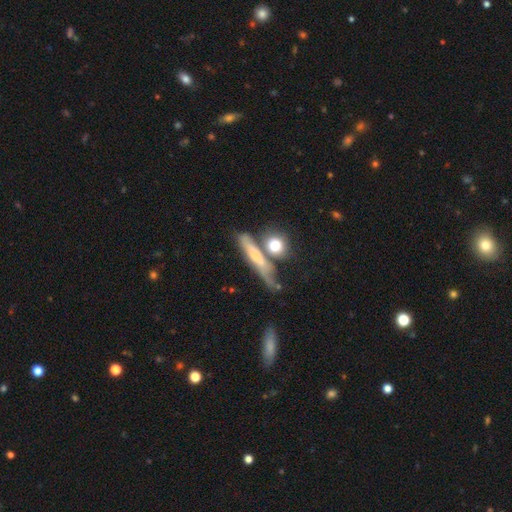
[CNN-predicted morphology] A smooth galaxy with no disk features (53%) that is cigar-shaped (67%). Merging: none (52%).